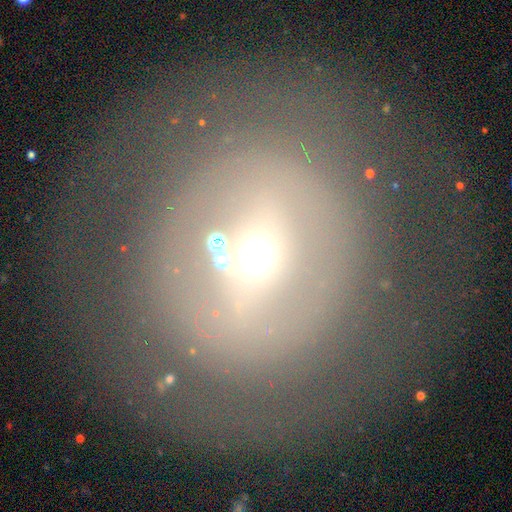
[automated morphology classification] Q: Smooth or featured?
A: featured or disk (53%); runner-up: smooth (34%)
Q: Edge-on disk?
A: no (93%); runner-up: yes (7%)
Q: Merging?
A: none (65%); runner-up: major disturbance (15%)